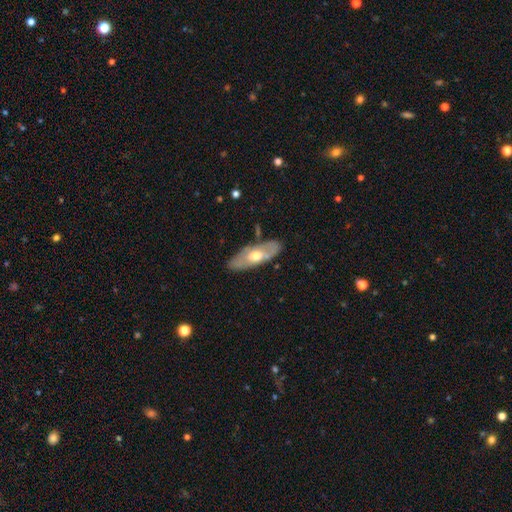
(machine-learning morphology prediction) Smooth or featured: featured or disk — 50% (smooth — 45%)
Merging: none — 81% (minor disturbance — 14%)